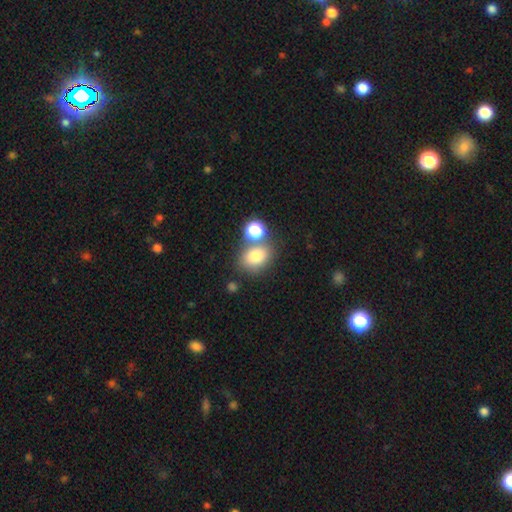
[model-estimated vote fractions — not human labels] Smooth or featured: smooth — 78% (star or artifact — 12%)
How rounded: in between — 55% (round — 44%)
Merging: none — 59% (merger — 24%)